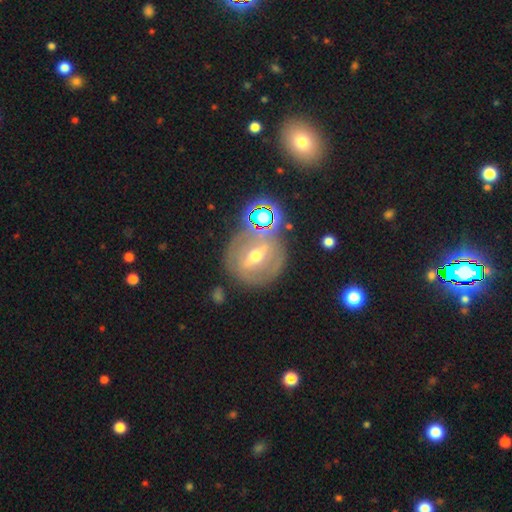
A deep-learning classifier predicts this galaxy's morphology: Smooth or featured? featured or disk (68%)
Edge-on disk? no (82%)
Bar? strong (60%)
Spiral arms? no (57%)
Bulge size? moderate (70%)
Merging? none (73%)